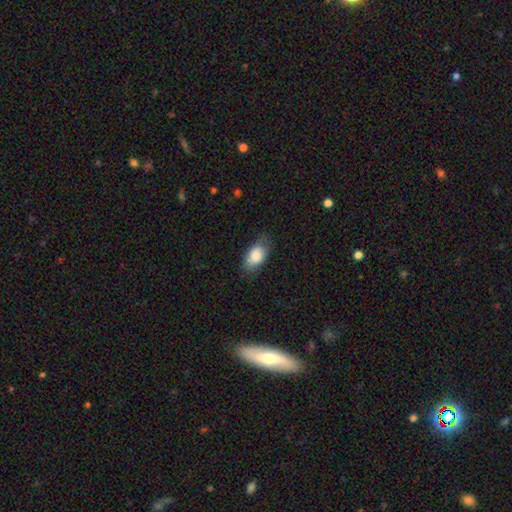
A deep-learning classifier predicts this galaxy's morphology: The model was most divided on "merging": none: 76%, minor disturbance: 19%, major disturbance: 5%, merger: 1%. More confident: how rounded — in between (91%); smooth or featured — smooth (85%).